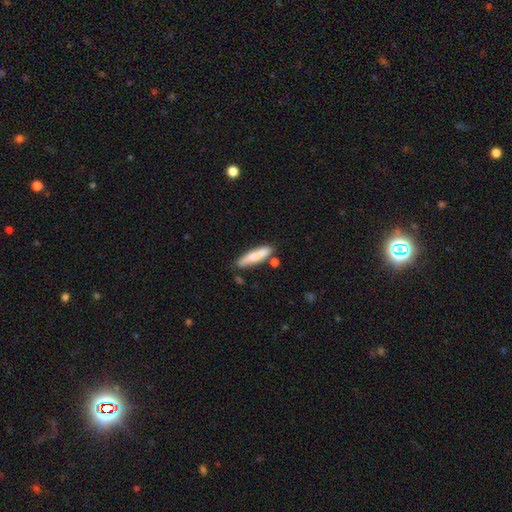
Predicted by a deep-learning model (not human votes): Q: Smooth or featured?
A: smooth (76%); runner-up: featured or disk (18%)
Q: How rounded?
A: cigar-shaped (75%); runner-up: in between (23%)
Q: Merging?
A: none (72%); runner-up: minor disturbance (18%)